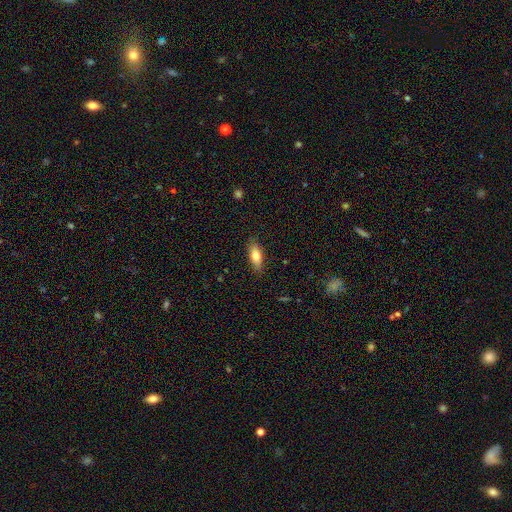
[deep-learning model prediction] Smooth or featured?
  - smooth: 78% *
  - featured or disk: 15%
  - star or artifact: 7%
How rounded?
  - in between: 71% *
  - cigar-shaped: 26%
  - round: 3%
Merging?
  - none: 85% *
  - minor disturbance: 11%
  - major disturbance: 2%
  - merger: 1%